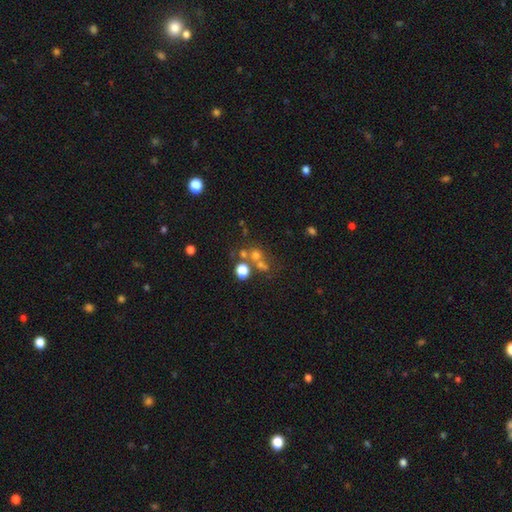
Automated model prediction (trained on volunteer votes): A smooth galaxy with no disk features (59%) that is round (80%). Merging: none (51%).